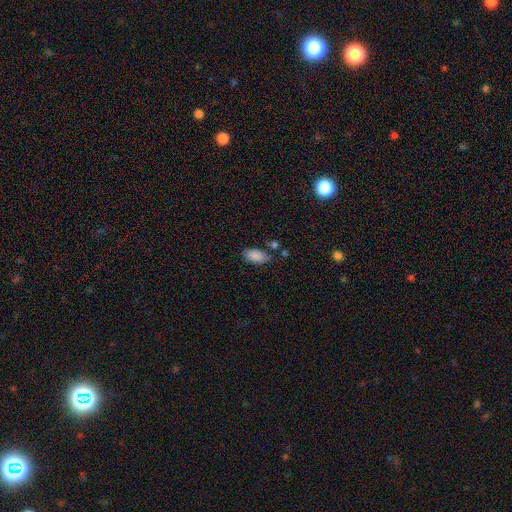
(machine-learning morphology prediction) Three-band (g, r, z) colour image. It shows a smooth galaxy with no disk features (87%) that is in between round and cigar-shaped (91%). Merging: none (72%).